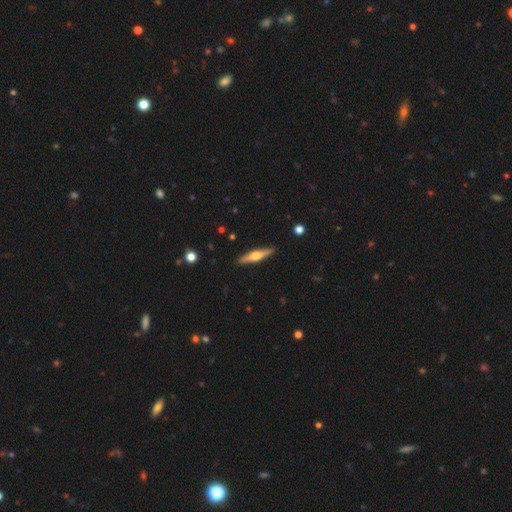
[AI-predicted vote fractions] Smooth or featured?
  - featured or disk: 61% *
  - smooth: 33%
  - star or artifact: 5%
Edge-on disk?
  - yes: 97% *
  - no: 3%
Edge-on bulge?
  - rounded: 89% *
  - boxy: 7%
  - none: 4%
Merging?
  - none: 91% *
  - minor disturbance: 7%
  - major disturbance: 1%
  - merger: 1%